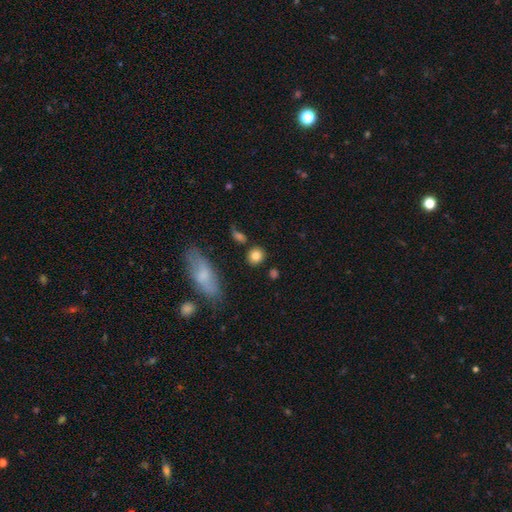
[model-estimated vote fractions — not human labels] Smooth or featured? Predicted: smooth (p=0.83). How rounded? Predicted: round (p=0.81). Merging? Predicted: none (p=0.82).